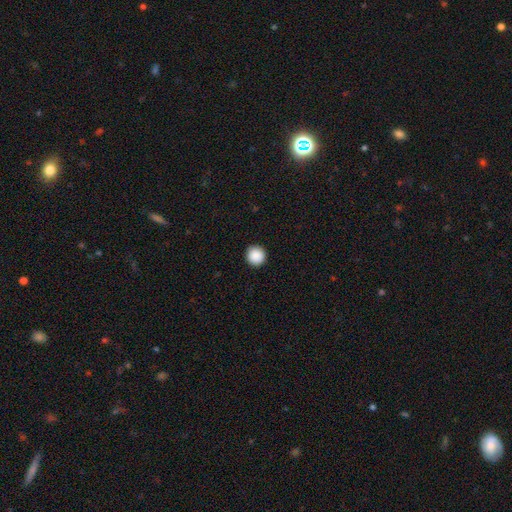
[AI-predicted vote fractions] Overall: smooth (89%). How rounded: round (96%). Merging: none (93%).